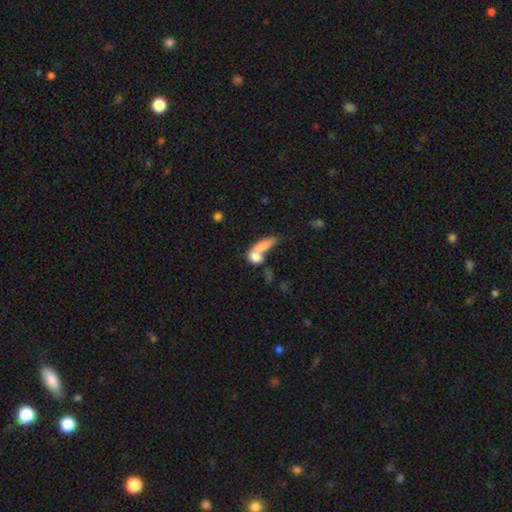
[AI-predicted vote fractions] This is possibly a smooth galaxy (56%). How rounded: marginally in between (41%). Merging: marginally merger (45%).